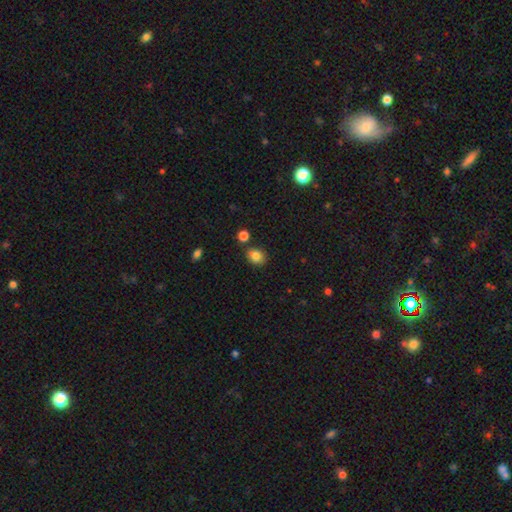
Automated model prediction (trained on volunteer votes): Smooth or featured? smooth (82%)
How rounded? in between (55%)
Merging? none (78%)